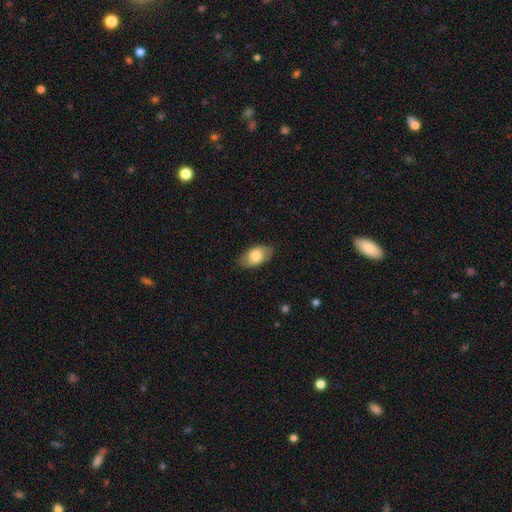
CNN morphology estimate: Smooth or featured? smooth (78%)
How rounded? in between (93%)
Merging? none (82%)